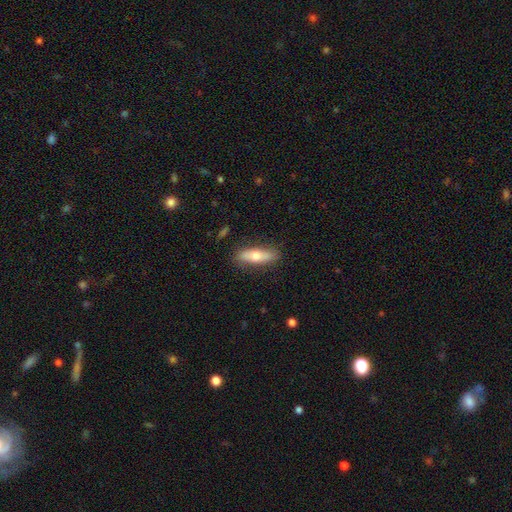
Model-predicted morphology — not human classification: This appears to be a smooth galaxy with no disk features (61%) that is cigar-shaped (56%). Merging: none (86%).